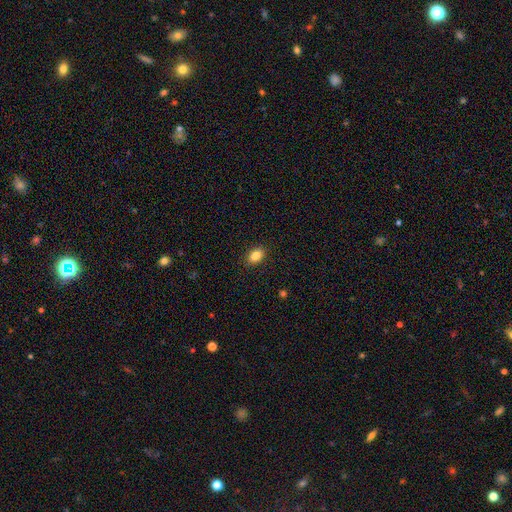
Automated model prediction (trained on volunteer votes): This is clearly a smooth galaxy (86%). How rounded: clearly in between (83%). Merging: clearly none (89%).